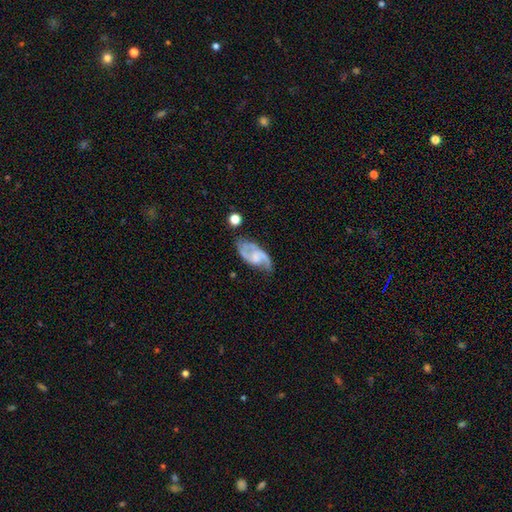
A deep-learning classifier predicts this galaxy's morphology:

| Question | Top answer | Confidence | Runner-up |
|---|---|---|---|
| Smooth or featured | featured or disk | 81% | smooth (13%) |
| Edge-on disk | no | 96% | yes (4%) |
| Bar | no | 53% | weak (39%) |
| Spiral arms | yes | 94% | no (6%) |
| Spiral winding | medium | 48% | loose (33%) |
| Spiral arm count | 2 | 79% | can't tell (7%) |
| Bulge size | none | 36% | small (34%) |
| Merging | none | 61% | minor disturbance (22%) |